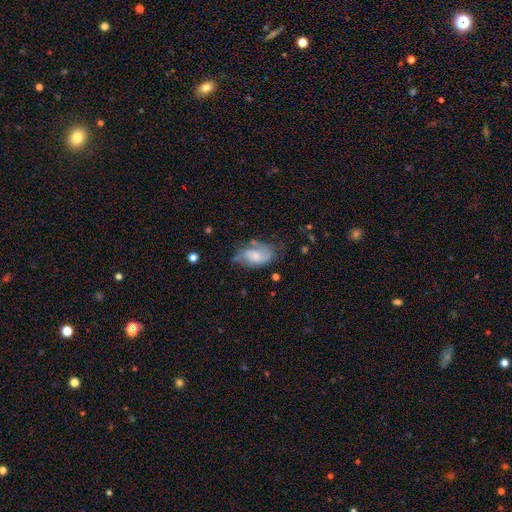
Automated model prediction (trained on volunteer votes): A featured or disk galaxy (56%) with no bar (60%), spiral arms (83%) and a small central bulge (39%). Merging: none (47%).